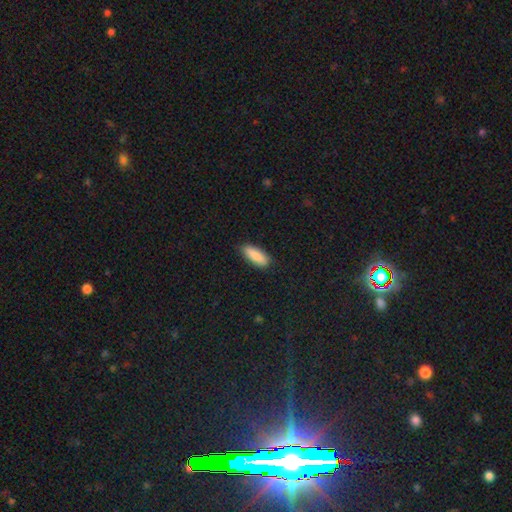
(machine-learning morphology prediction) A smooth galaxy with no disk features (88%) that is in between round and cigar-shaped (68%).

Vote fractions:
- Smooth or featured? smooth: 88% / star or artifact: 6% / featured or disk: 6%
- How rounded? in between: 68% / cigar-shaped: 30% / round: 2%
- Merging? none: 84% / minor disturbance: 12% / major disturbance: 2% / merger: 1%